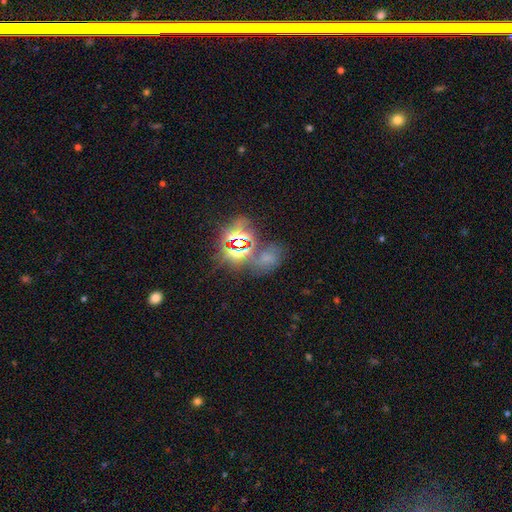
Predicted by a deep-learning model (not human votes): Smooth or featured? smooth (37%, tied with star or artifact)
Merging? none (41%)